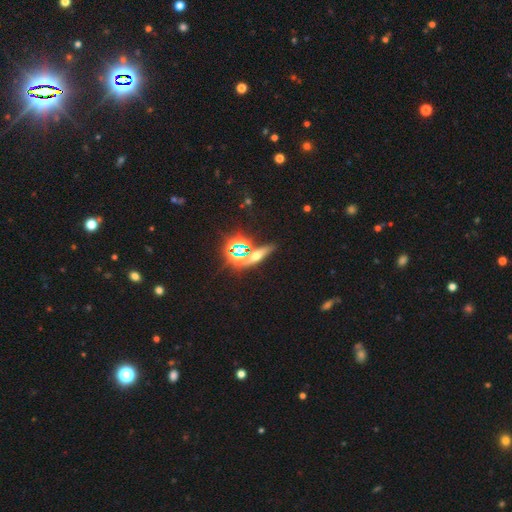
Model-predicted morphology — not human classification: Overall: star or artifact (41%; smooth 32%).